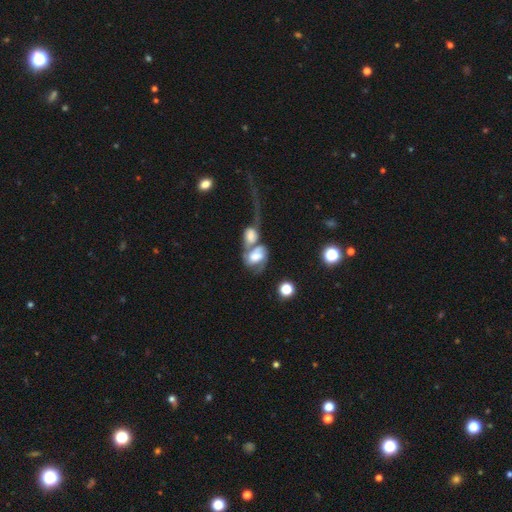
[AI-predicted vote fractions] smooth-or-featured: featured or disk: 61% | smooth: 30% | star or artifact: 9%
  disk-edge-on: no: 96% | yes: 4%
    bar: no: 52% | weak: 32% | strong: 16%
    has-spiral-arms: yes: 81% | no: 19%
    bulge-size: large: 34% | moderate: 25% | none: 17% | small: 14% | dominant: 10%
  merging: merger: 69% | major disturbance: 16% | none: 9% | minor disturbance: 5%